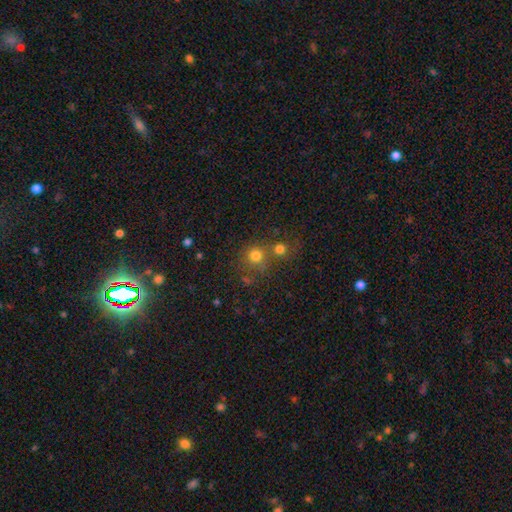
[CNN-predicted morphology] A smooth galaxy with no disk features (76%) that is round (89%).

Vote fractions:
- Smooth or featured? smooth: 76% / star or artifact: 16% / featured or disk: 8%
- How rounded? round: 89% / in between: 10% / cigar-shaped: 1%
- Merging? none: 57% / merger: 31% / minor disturbance: 8% / major disturbance: 4%